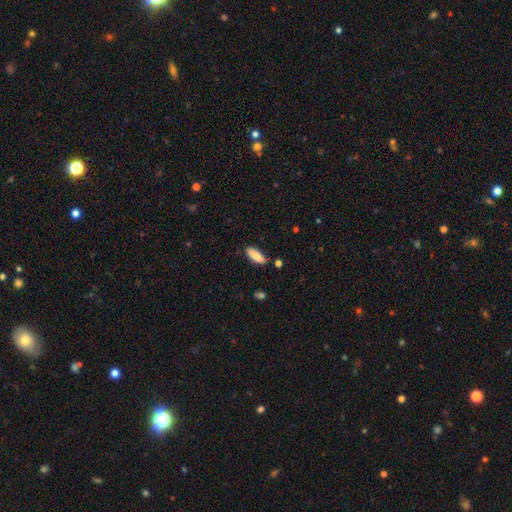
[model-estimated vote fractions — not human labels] smooth_or_featured: smooth (p=0.87) [alt: featured or disk p=0.07]
how_rounded: in between (p=0.56) [alt: cigar-shaped p=0.42]
merging: none (p=0.83) [alt: minor disturbance p=0.11]